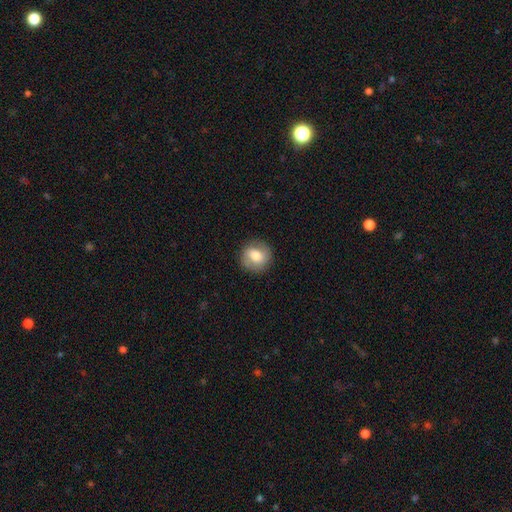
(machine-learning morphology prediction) A smooth galaxy with no disk features (62%) that is round (85%).

Vote fractions:
- Smooth or featured? smooth: 62% / featured or disk: 30% / star or artifact: 8%
- How rounded? round: 85% / in between: 14% / cigar-shaped: 1%
- Merging? none: 85% / minor disturbance: 10% / major disturbance: 4% / merger: 1%